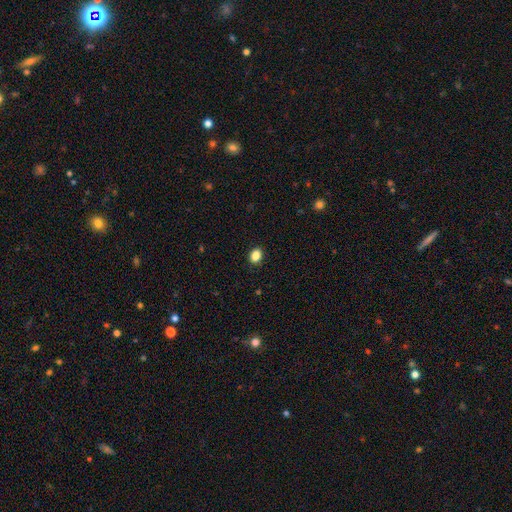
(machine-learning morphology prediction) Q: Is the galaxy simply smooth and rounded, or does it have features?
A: smooth — 88%.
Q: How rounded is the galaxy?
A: in between — 62%.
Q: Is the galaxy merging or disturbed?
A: none — 90%.